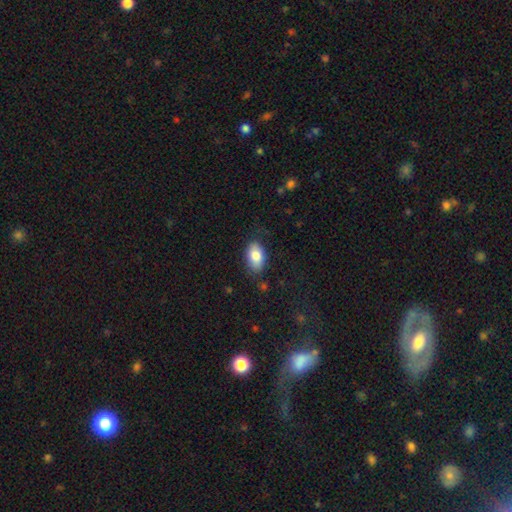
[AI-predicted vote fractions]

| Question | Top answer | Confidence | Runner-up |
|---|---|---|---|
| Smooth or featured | smooth | 82% | featured or disk (11%) |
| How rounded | in between | 92% | round (6%) |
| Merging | none | 81% | minor disturbance (15%) |